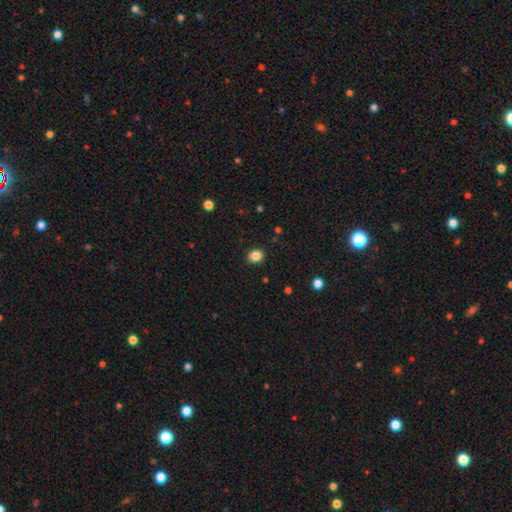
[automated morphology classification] A smooth galaxy with no disk features (85%) that is round (69%). Merging: none (91%).